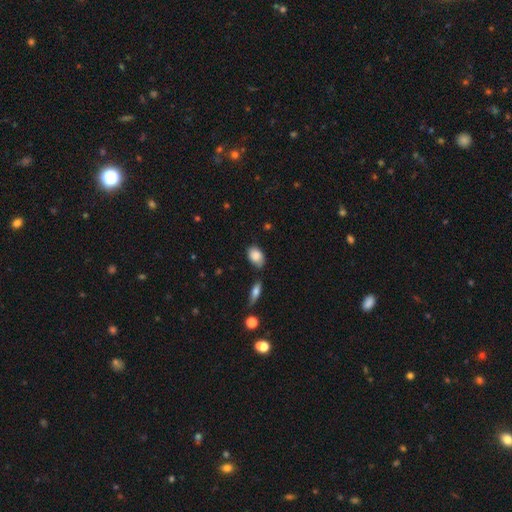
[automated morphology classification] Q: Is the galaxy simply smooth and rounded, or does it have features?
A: smooth — 85%.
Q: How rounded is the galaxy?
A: in between — 86%.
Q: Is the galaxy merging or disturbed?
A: none — 66%.